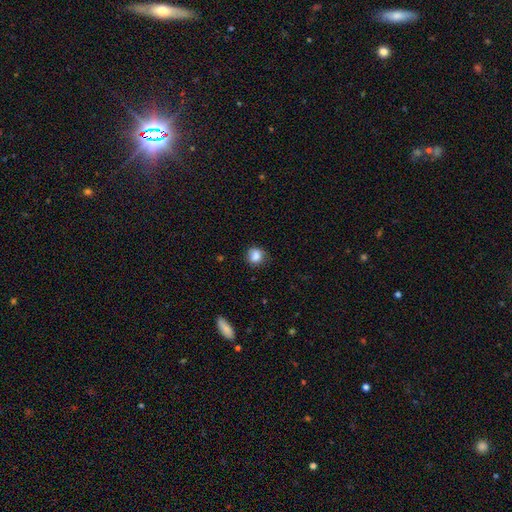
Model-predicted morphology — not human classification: Smooth or featured: smooth — 84% (star or artifact — 9%)
How rounded: round — 75% (in between — 24%)
Merging: none — 71% (minor disturbance — 22%)